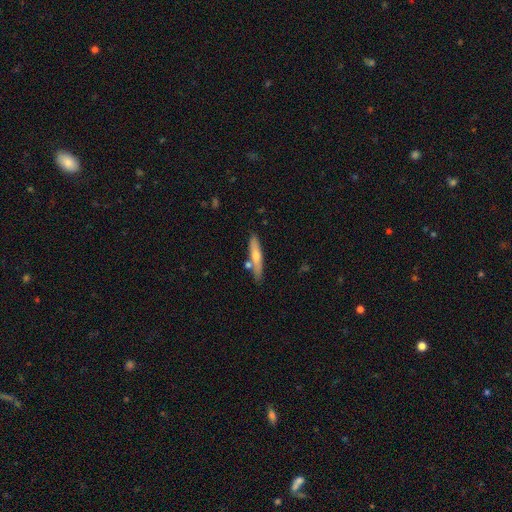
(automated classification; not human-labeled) A smooth galaxy with no disk features (55%) that is cigar-shaped (88%). Merging: none (76%).